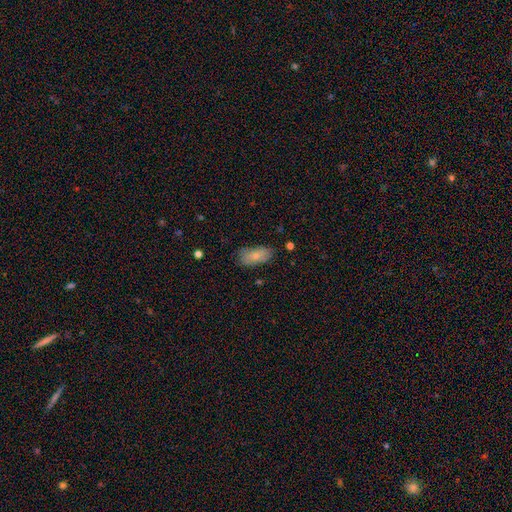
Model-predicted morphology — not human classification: A smooth galaxy with no disk features (78%) that is in between round and cigar-shaped (91%).

Vote fractions:
- Smooth or featured? smooth: 78% / featured or disk: 15% / star or artifact: 7%
- How rounded? in between: 91% / cigar-shaped: 6% / round: 3%
- Merging? none: 73% / minor disturbance: 21% / major disturbance: 5% / merger: 2%